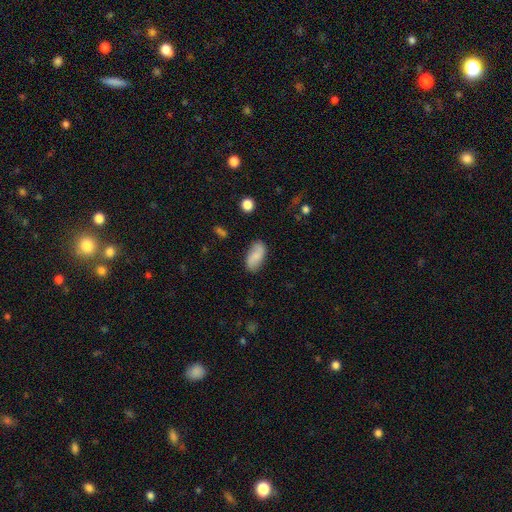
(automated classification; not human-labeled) Morphology: type=smooth (68%); roundness=in between (92%); merging=none (79%).